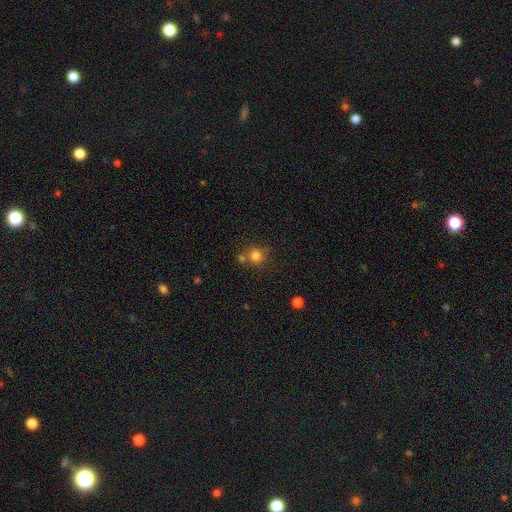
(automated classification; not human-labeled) Smooth or featured? smooth (79%)
How rounded? round (89%)
Merging? none (62%)